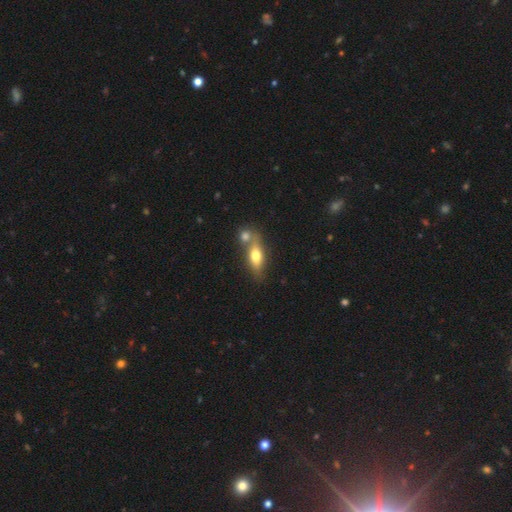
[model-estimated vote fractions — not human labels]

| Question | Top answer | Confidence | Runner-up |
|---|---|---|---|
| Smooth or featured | smooth | 66% | featured or disk (27%) |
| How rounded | in between | 66% | cigar-shaped (27%) |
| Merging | none | 46% | merger (39%) |